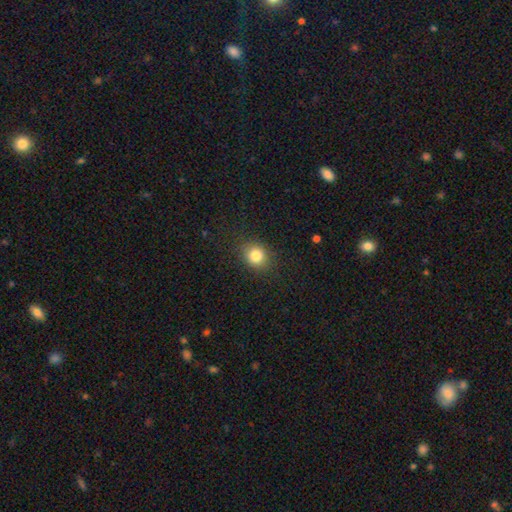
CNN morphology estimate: Overall: smooth (83%). How rounded: round (71%). Merging: none (86%).